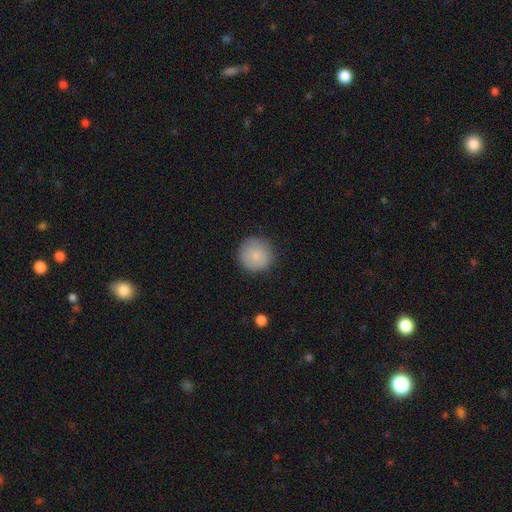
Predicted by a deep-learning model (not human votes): Q: Smooth or featured?
A: smooth (83%); runner-up: featured or disk (10%)
Q: How rounded?
A: round (95%); runner-up: in between (4%)
Q: Merging?
A: none (86%); runner-up: minor disturbance (10%)